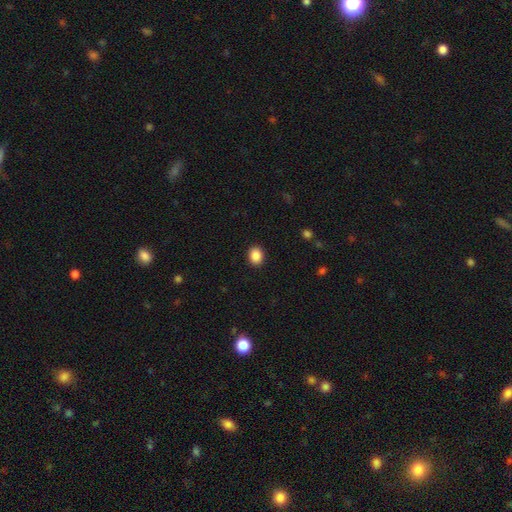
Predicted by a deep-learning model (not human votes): The model was most divided on "how rounded": round: 50%, in between: 49%, cigar-shaped: 1%. More confident: merging — none (91%); smooth or featured — smooth (88%).